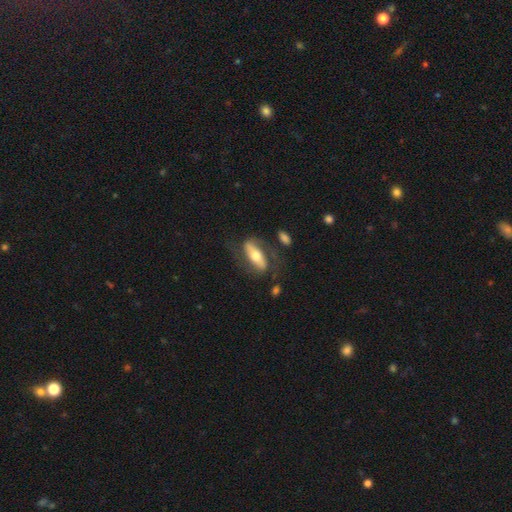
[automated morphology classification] A featured or disk galaxy (57%).

Vote fractions:
- Smooth or featured? featured or disk: 57% / smooth: 37% / star or artifact: 6%
- Edge-on disk? no: 67% / yes: 33%
- Merging? none: 64% / minor disturbance: 18% / major disturbance: 14% / merger: 4%